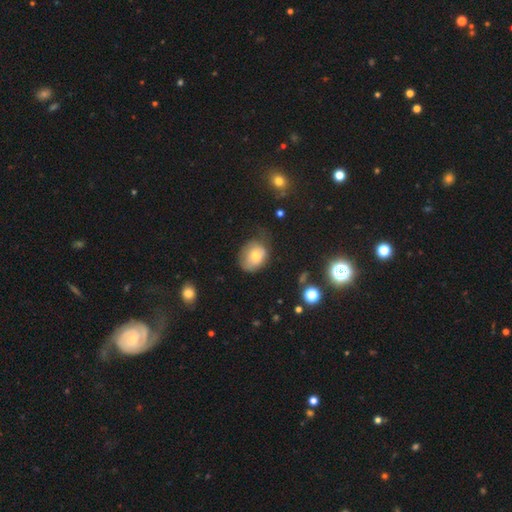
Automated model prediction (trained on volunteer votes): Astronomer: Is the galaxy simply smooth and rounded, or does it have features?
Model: smooth — 67%.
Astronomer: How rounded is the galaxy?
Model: in between — 54% (runner-up: round, 45%).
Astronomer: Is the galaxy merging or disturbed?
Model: none — 44% (runner-up: minor disturbance, 35%).